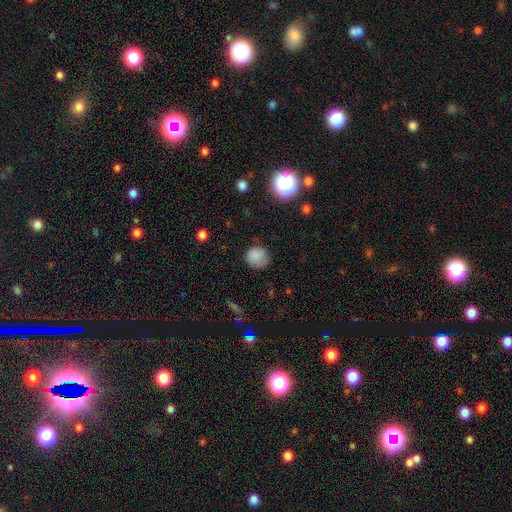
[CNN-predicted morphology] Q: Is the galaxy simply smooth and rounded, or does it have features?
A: smooth — 81%.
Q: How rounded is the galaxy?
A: round — 81%.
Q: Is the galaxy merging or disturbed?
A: none — 66%.